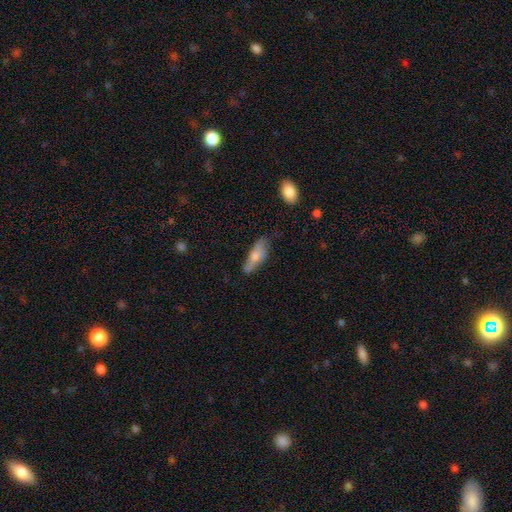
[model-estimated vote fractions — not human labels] Morphology: type=smooth (64%); roundness=in between (58%); merging=none (64%).